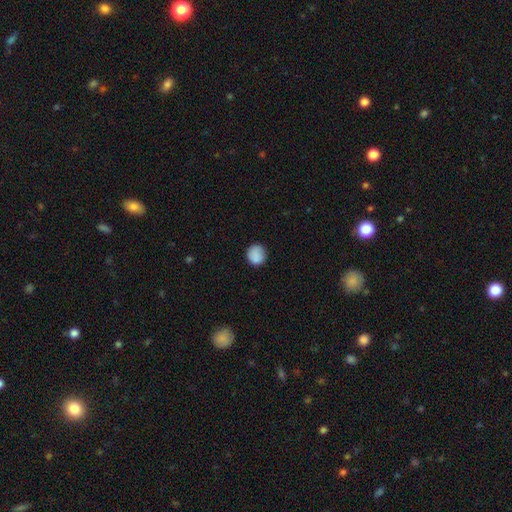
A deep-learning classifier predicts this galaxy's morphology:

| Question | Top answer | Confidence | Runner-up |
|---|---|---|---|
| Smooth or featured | smooth | 87% | star or artifact (8%) |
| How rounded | round | 88% | in between (11%) |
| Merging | none | 82% | minor disturbance (13%) |